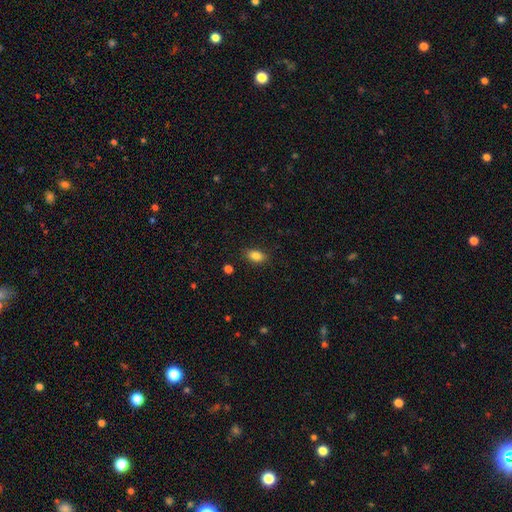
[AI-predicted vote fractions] Smooth or featured?
  - smooth: 85% *
  - star or artifact: 9%
  - featured or disk: 6%
How rounded?
  - in between: 87% *
  - round: 10%
  - cigar-shaped: 3%
Merging?
  - none: 87% *
  - minor disturbance: 9%
  - major disturbance: 3%
  - merger: 1%